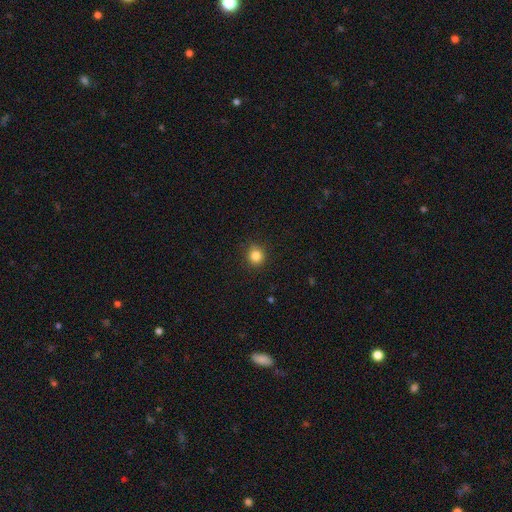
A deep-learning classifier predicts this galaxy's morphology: Overall: smooth (84%). How rounded: round (89%). Merging: none (89%).